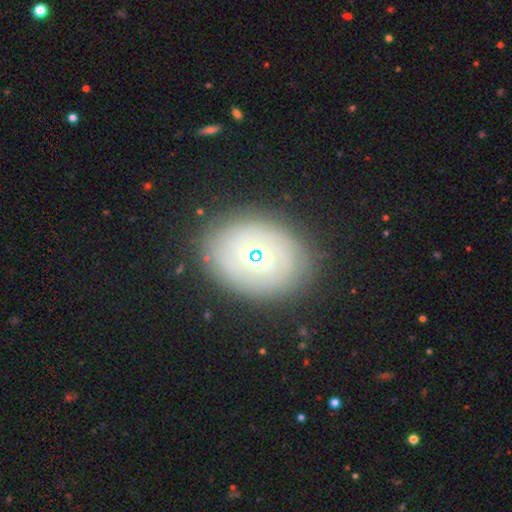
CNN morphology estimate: A featured or disk galaxy (58%) with no bar (67%), spiral arms (54%) and a moderate central bulge (53%). Merging: none (80%).